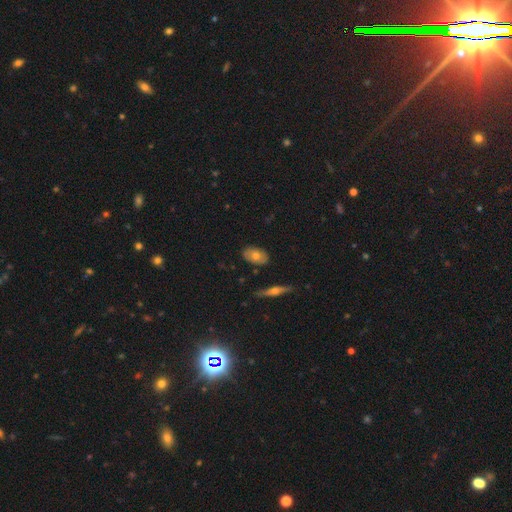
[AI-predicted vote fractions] A smooth galaxy with no disk features (60%) that is in between round and cigar-shaped (89%).

Vote fractions:
- Smooth or featured? smooth: 60% / featured or disk: 33% / star or artifact: 7%
- How rounded? in between: 89% / round: 8% / cigar-shaped: 3%
- Merging? none: 82% / minor disturbance: 13% / major disturbance: 2% / merger: 2%